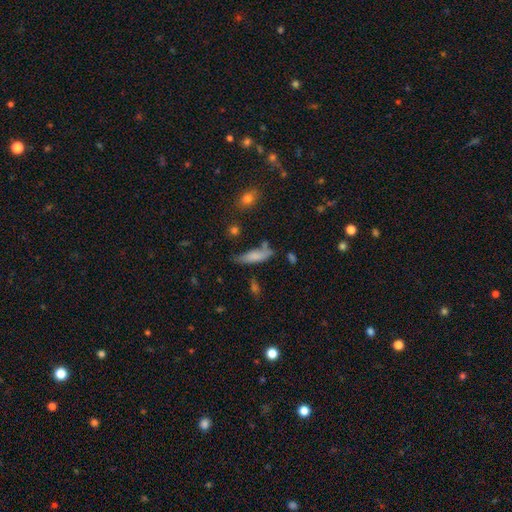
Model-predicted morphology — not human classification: smooth_or_featured: smooth (p=0.75) [alt: featured or disk p=0.17]
how_rounded: cigar-shaped (p=0.52) [alt: in between p=0.46]
merging: none (p=0.48) [alt: minor disturbance p=0.29]